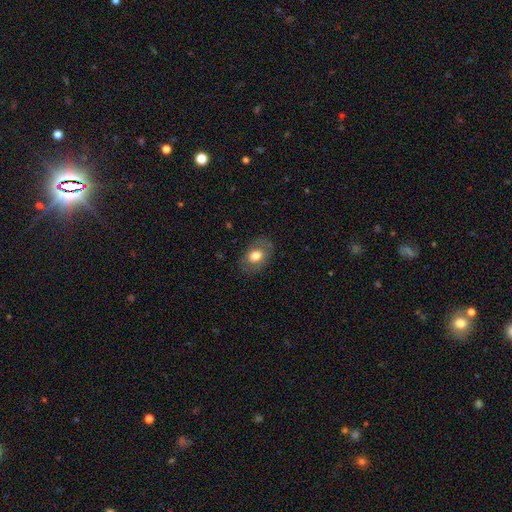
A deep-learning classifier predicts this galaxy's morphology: Smooth or featured?
  - smooth: 70% *
  - featured or disk: 22%
  - star or artifact: 8%
How rounded?
  - in between: 79% *
  - round: 20%
  - cigar-shaped: 1%
Merging?
  - none: 80% *
  - minor disturbance: 14%
  - major disturbance: 5%
  - merger: 1%